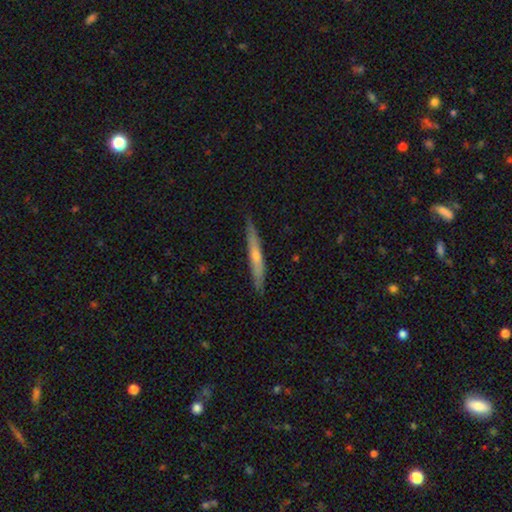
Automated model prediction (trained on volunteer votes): Smooth or featured?
  - featured or disk: 49% *
  - smooth: 46%
  - star or artifact: 6%
Merging?
  - none: 85% *
  - minor disturbance: 12%
  - major disturbance: 2%
  - merger: 1%